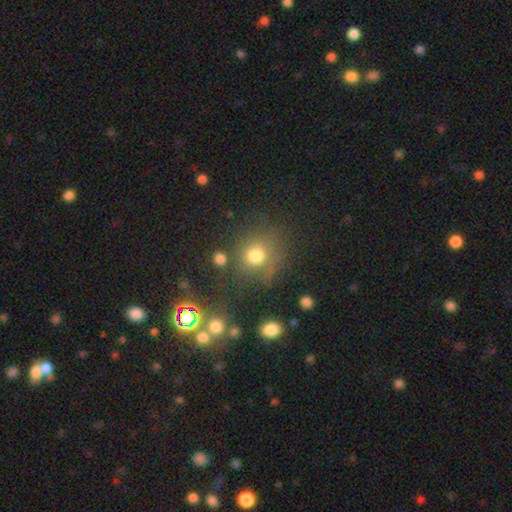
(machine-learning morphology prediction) A smooth galaxy with no disk features (71%) that is round (83%).

Vote fractions:
- Smooth or featured? smooth: 71% / star or artifact: 18% / featured or disk: 10%
- How rounded? round: 83% / in between: 15% / cigar-shaped: 1%
- Merging? none: 66% / minor disturbance: 15% / major disturbance: 10% / merger: 9%